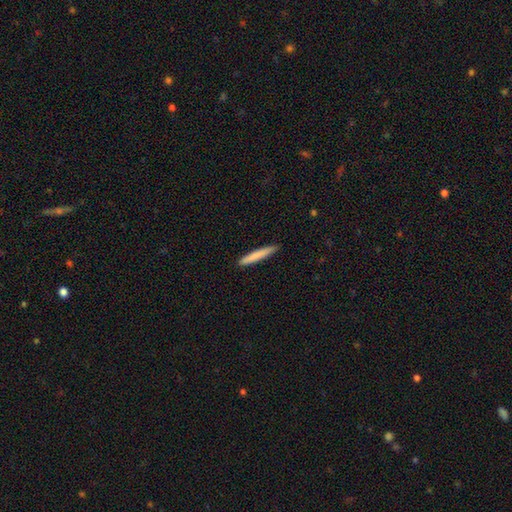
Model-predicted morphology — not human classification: A smooth galaxy with no disk features (80%) that is cigar-shaped (96%). Merging: none (92%).